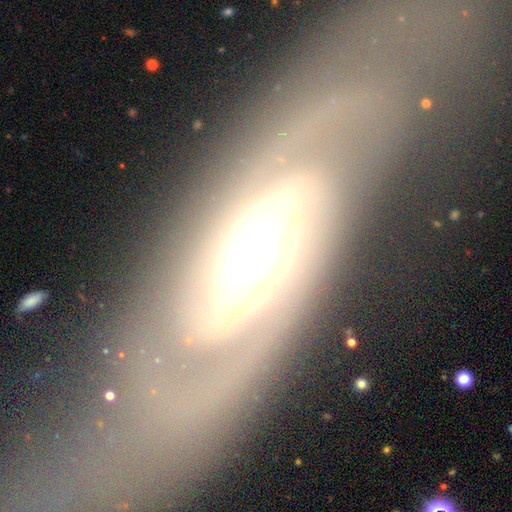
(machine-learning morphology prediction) A featured or disk galaxy (82%) with no bar (69%), spiral arms (67%) and a moderate central bulge (57%).

Vote fractions:
- Smooth or featured? featured or disk: 82% / smooth: 12% / star or artifact: 6%
- Edge-on disk? no: 81% / yes: 19%
- Bar? no: 69% / weak: 20% / strong: 11%
- Spiral arms? yes: 67% / no: 33%
- Bulge size? moderate: 57% / large: 26% / small: 12% / dominant: 4% / none: 2%
- Merging? none: 70% / minor disturbance: 14% / major disturbance: 11% / merger: 5%